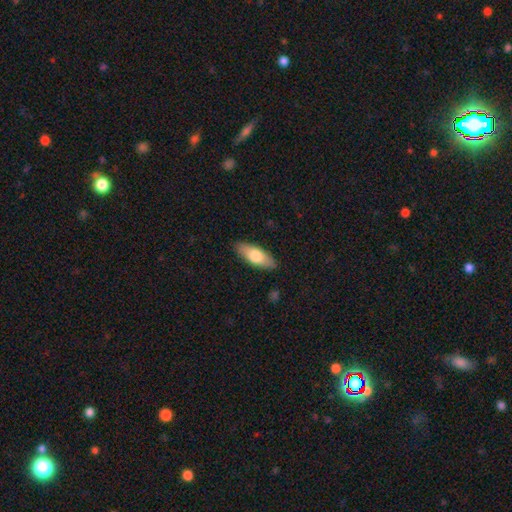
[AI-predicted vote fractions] smooth_or_featured: smooth (p=0.72) [alt: featured or disk p=0.22]
how_rounded: in between (p=0.72) [alt: cigar-shaped p=0.26]
merging: none (p=0.87) [alt: minor disturbance p=0.10]